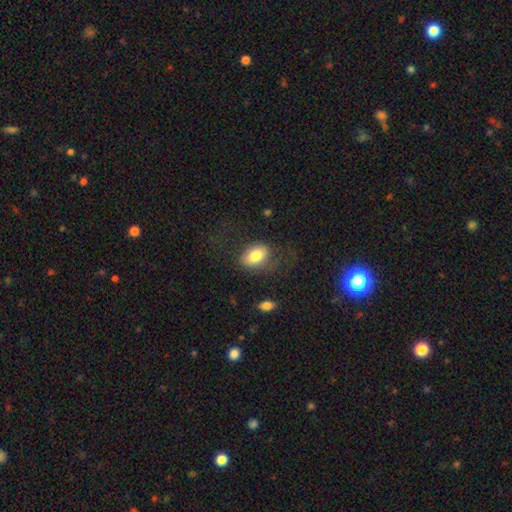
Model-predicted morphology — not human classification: smooth-or-featured: smooth: 77% | featured or disk: 15% | star or artifact: 7%
  how-rounded: in between: 85% | round: 13% | cigar-shaped: 2%
  merging: none: 57% | major disturbance: 21% | minor disturbance: 20% | merger: 2%